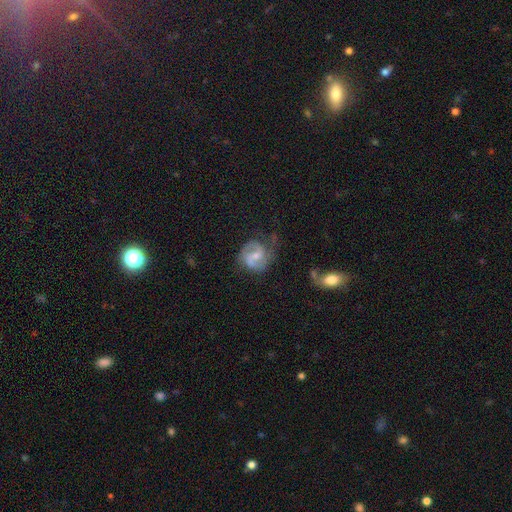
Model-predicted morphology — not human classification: Q: Smooth or featured?
A: featured or disk (81%); runner-up: smooth (13%)
Q: Edge-on disk?
A: no (98%); runner-up: yes (2%)
Q: Bar?
A: weak (53%); runner-up: no (32%)
Q: Spiral arms?
A: yes (94%); runner-up: no (6%)
Q: Spiral winding?
A: medium (53%); runner-up: tight (26%)
Q: Spiral arm count?
A: 2 (85%); runner-up: can't tell (6%)
Q: Bulge size?
A: small (48%); runner-up: moderate (45%)
Q: Merging?
A: none (58%); runner-up: minor disturbance (25%)